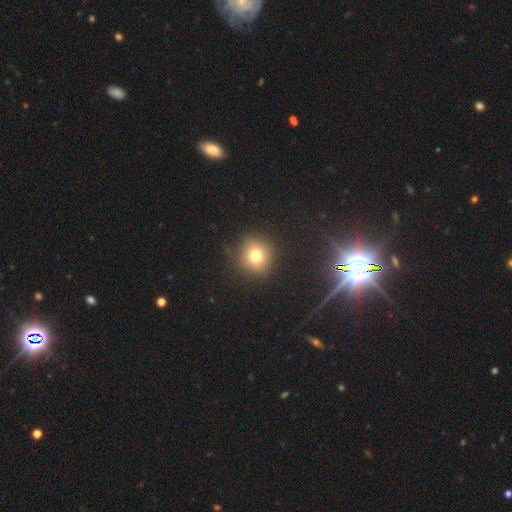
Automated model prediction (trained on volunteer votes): Q: Smooth or featured?
A: smooth (75%); runner-up: star or artifact (15%)
Q: How rounded?
A: round (90%); runner-up: in between (9%)
Q: Merging?
A: none (87%); runner-up: minor disturbance (9%)